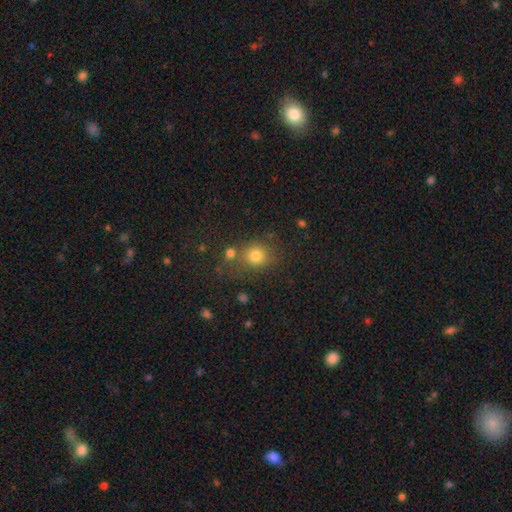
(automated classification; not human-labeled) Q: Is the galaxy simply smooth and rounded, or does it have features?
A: smooth — 77%.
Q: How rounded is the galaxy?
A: round — 79%.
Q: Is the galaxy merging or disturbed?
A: none — 65%.